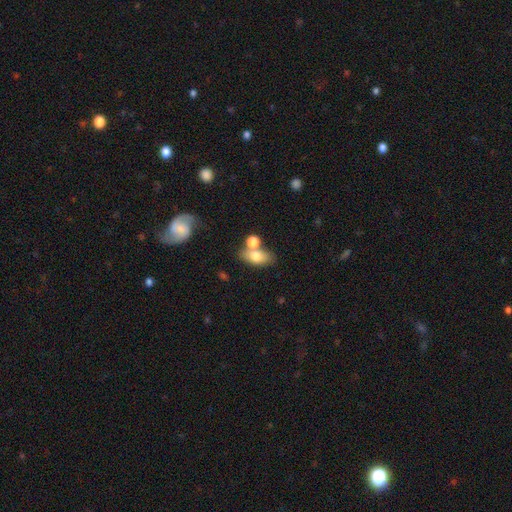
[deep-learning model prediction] Smooth or featured? smooth (73%)
How rounded? in between (81%)
Merging? none (54%)